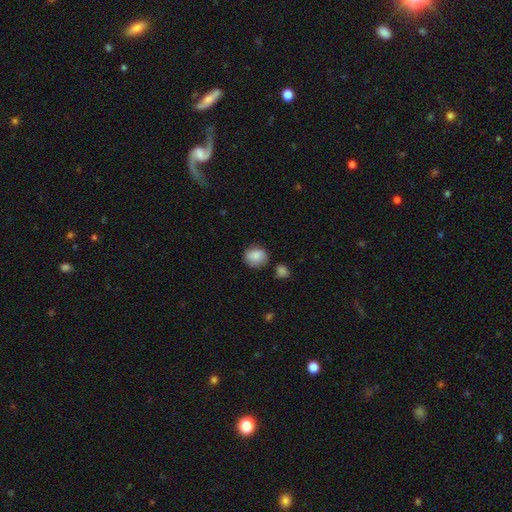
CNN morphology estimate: A smooth galaxy with no disk features (86%) that is round (73%). Merging: none (75%).